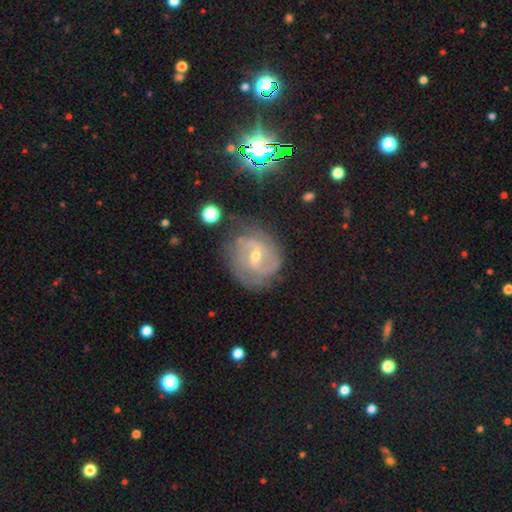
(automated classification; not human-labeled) Overall: featured or disk (77%). Edge-on disk: no (97%). Bar: weak (53%; no 27%). Spiral arms: yes (89%). Spiral arm count: 2 (50%; can't tell 28%). Spiral winding: tight (48%; medium 38%). Bulge size: small (52%; moderate 45%). Merging: none (67%).